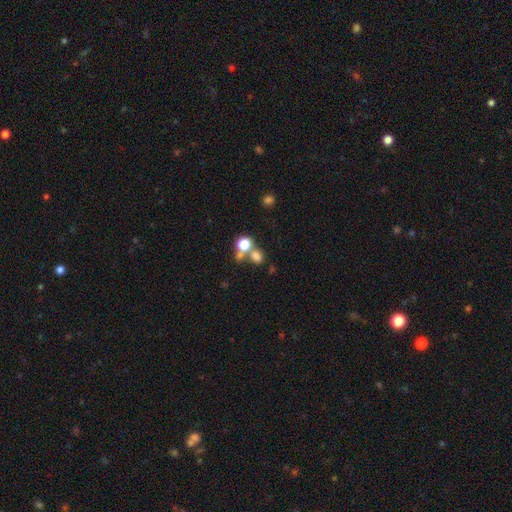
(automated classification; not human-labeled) Smooth or featured? smooth (73%)
How rounded? round (70%)
Merging? none (46%)